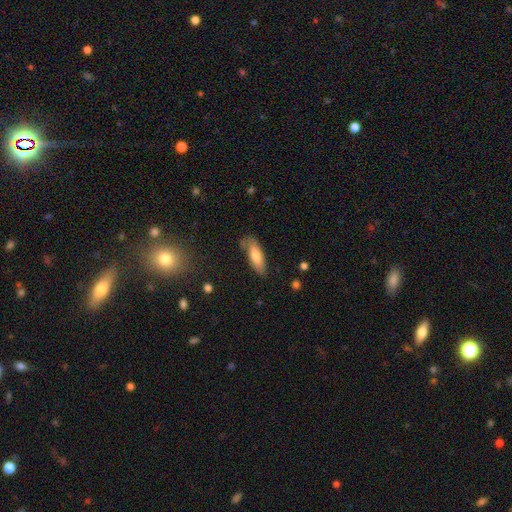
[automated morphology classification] Smooth or featured: smooth — 72% (featured or disk — 22%)
How rounded: in between — 58% (cigar-shaped — 41%)
Merging: none — 68% (minor disturbance — 23%)